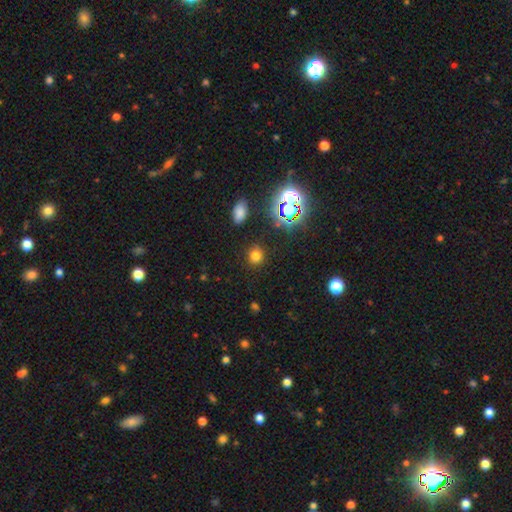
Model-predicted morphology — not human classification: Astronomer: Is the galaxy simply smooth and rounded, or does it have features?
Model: smooth — 70%.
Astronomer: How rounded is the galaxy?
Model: round — 80%.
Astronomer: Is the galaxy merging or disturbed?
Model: none — 87%.